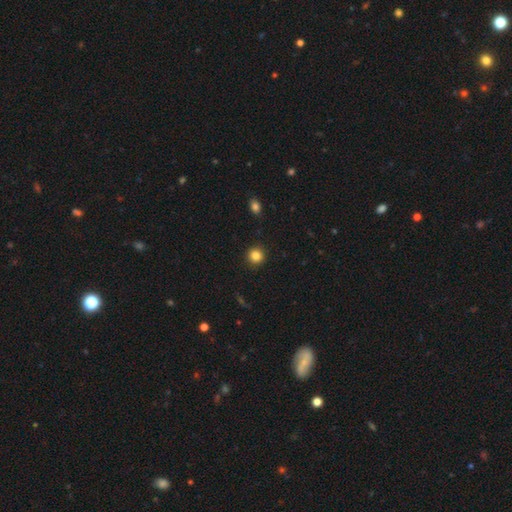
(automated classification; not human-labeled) This is clearly a smooth galaxy (85%). How rounded: clearly round (93%). Merging: clearly none (91%).